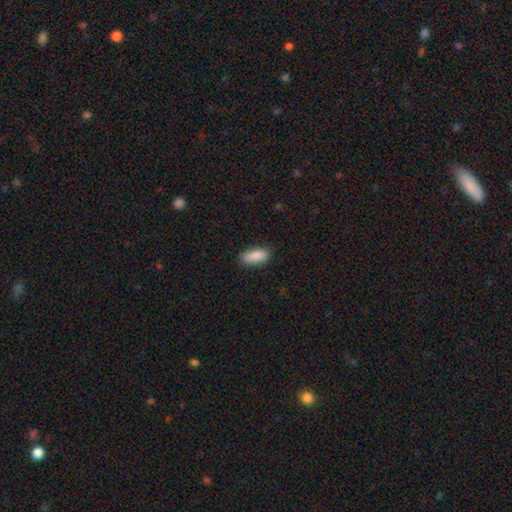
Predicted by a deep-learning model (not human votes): This is clearly a smooth galaxy (89%). How rounded: clearly in between (82%). Merging: clearly none (82%).